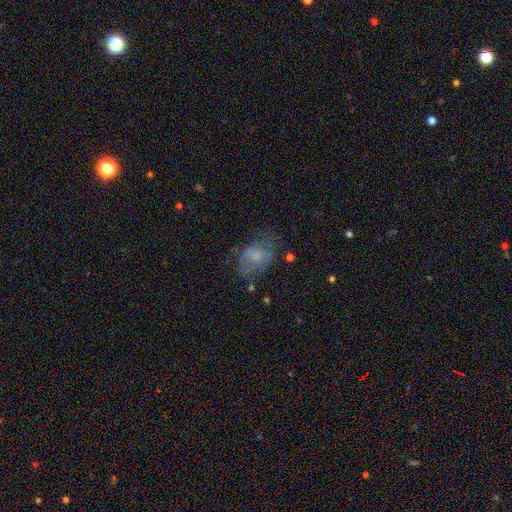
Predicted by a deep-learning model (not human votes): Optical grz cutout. It shows a smooth galaxy with no disk features (55%) that is in between round and cigar-shaped (71%). Merging: none (43%).